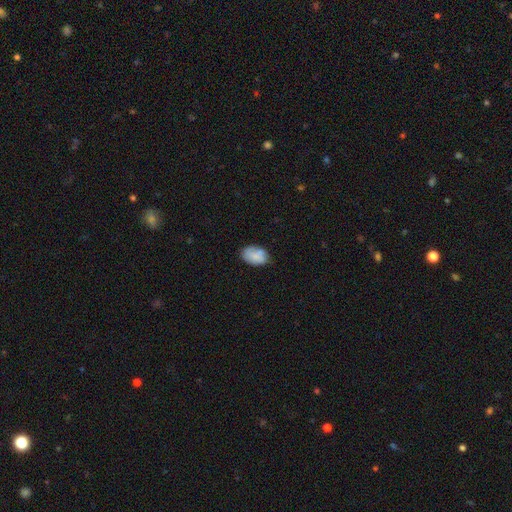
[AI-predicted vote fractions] This appears to be a smooth galaxy with no disk features (72%) that is in between round and cigar-shaped (88%). Merging: none (61%).